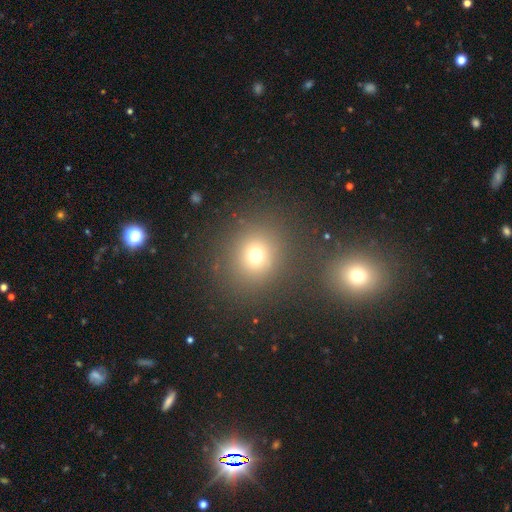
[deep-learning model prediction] Smooth or featured?
  - smooth: 71% *
  - star or artifact: 20%
  - featured or disk: 9%
How rounded?
  - round: 85% *
  - in between: 14%
  - cigar-shaped: 1%
Merging?
  - none: 78% *
  - minor disturbance: 8%
  - merger: 8%
  - major disturbance: 5%